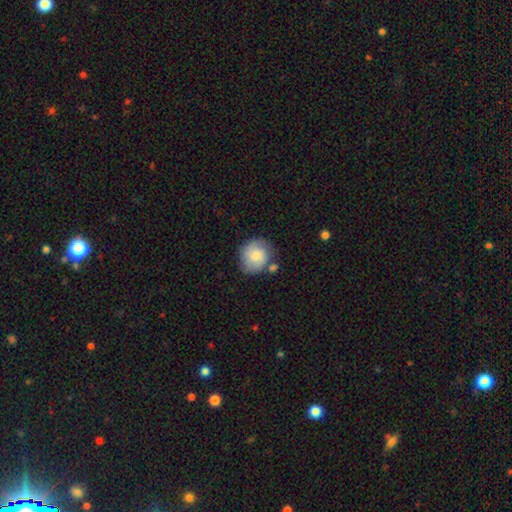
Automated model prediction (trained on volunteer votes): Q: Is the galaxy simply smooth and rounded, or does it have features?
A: smooth — 67%.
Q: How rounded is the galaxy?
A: round — 82%.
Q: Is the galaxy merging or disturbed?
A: none — 64%.